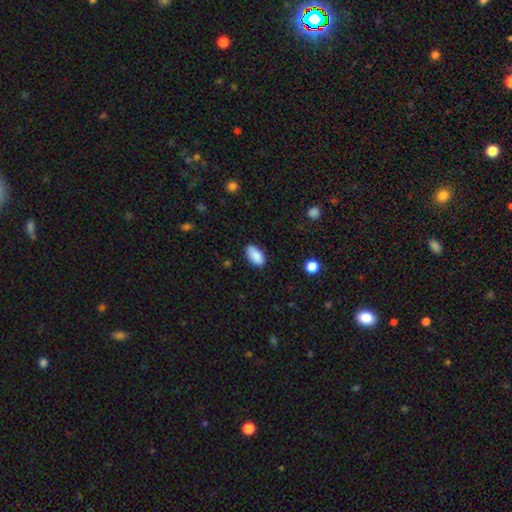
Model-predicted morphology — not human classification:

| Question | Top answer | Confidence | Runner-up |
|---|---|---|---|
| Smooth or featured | smooth | 87% | star or artifact (7%) |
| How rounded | in between | 94% | round (4%) |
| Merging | none | 80% | minor disturbance (16%) |